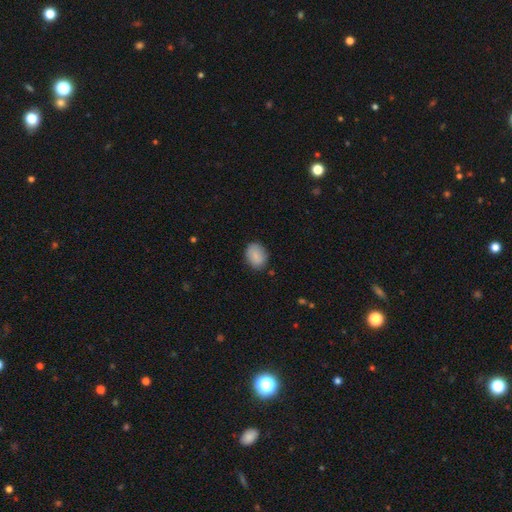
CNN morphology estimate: A smooth galaxy with no disk features (86%) that is in between round and cigar-shaped (67%). Merging: none (83%).